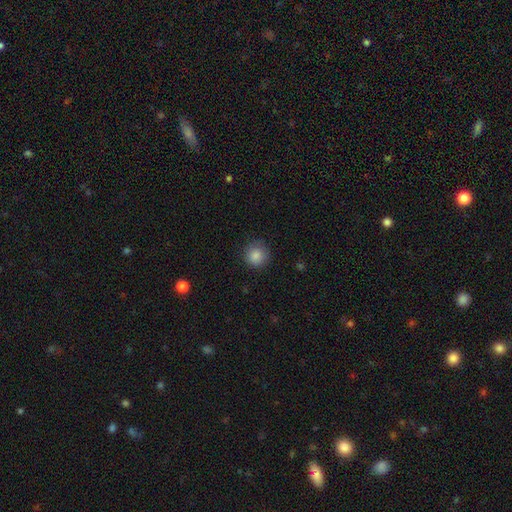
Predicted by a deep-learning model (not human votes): smooth-or-featured: smooth: 86% | star or artifact: 9% | featured or disk: 5%
  how-rounded: round: 92% | in between: 7% | cigar-shaped: 1%
  merging: none: 84% | minor disturbance: 12% | major disturbance: 3% | merger: 1%